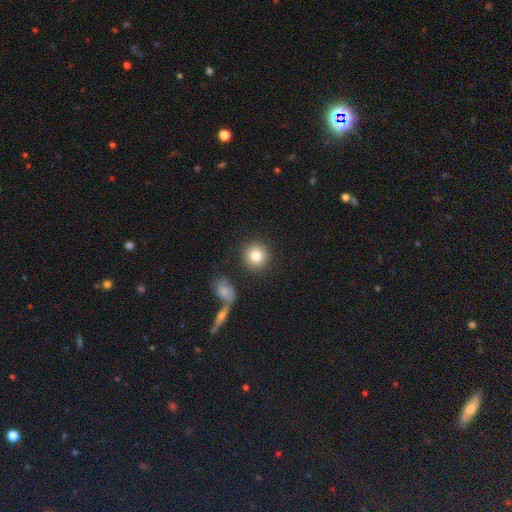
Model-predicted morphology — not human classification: Q: Smooth or featured?
A: smooth (84%); runner-up: star or artifact (9%)
Q: How rounded?
A: round (90%); runner-up: in between (9%)
Q: Merging?
A: none (85%); runner-up: minor disturbance (7%)